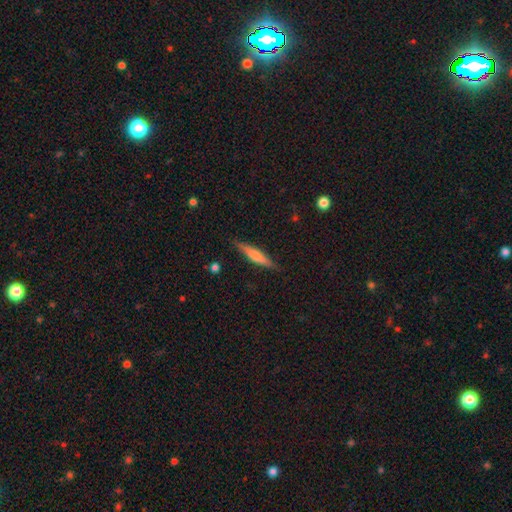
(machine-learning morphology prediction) smooth 55%, featured or disk 38%, star or artifact 6%. Down the decision tree: how rounded — cigar-shaped (87%); merging — none (85%).